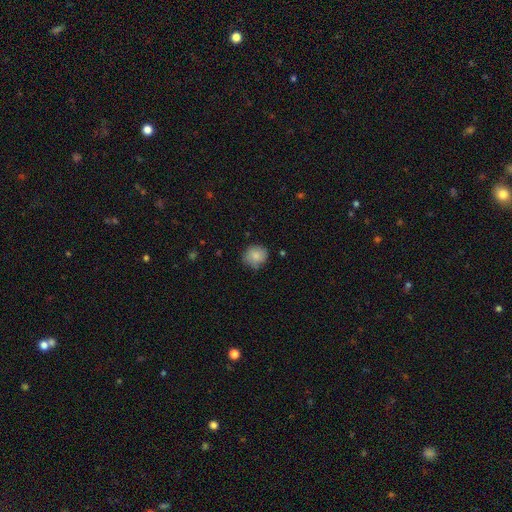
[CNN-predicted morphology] smooth_or_featured: smooth (p=0.83) [alt: featured or disk p=0.09]
how_rounded: round (p=0.79) [alt: in between p=0.20]
merging: none (p=0.75) [alt: minor disturbance p=0.20]